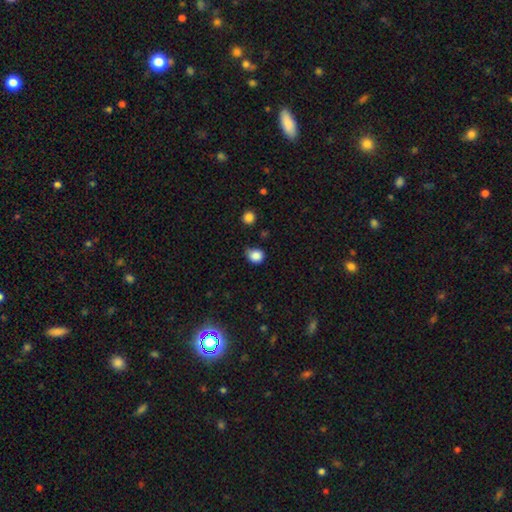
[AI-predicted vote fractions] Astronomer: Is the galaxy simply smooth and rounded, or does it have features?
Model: smooth — 86%.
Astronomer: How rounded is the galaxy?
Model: round — 73%.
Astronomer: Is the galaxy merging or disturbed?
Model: none — 62%.